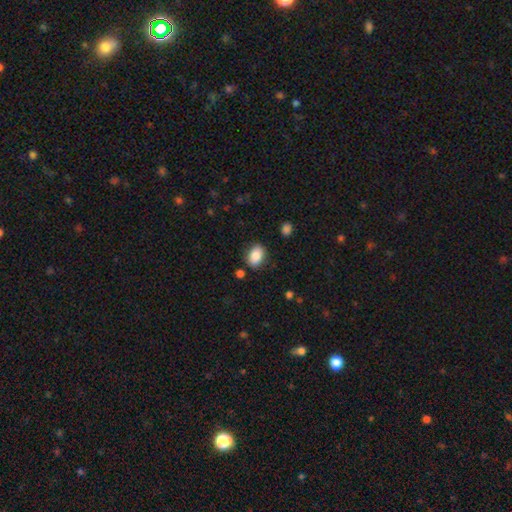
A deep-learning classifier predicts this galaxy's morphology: A smooth galaxy with no disk features (87%) that is in between round and cigar-shaped (78%).

Vote fractions:
- Smooth or featured? smooth: 87% / star or artifact: 8% / featured or disk: 6%
- How rounded? in between: 78% / round: 21% / cigar-shaped: 1%
- Merging? none: 82% / minor disturbance: 12% / major disturbance: 3% / merger: 3%